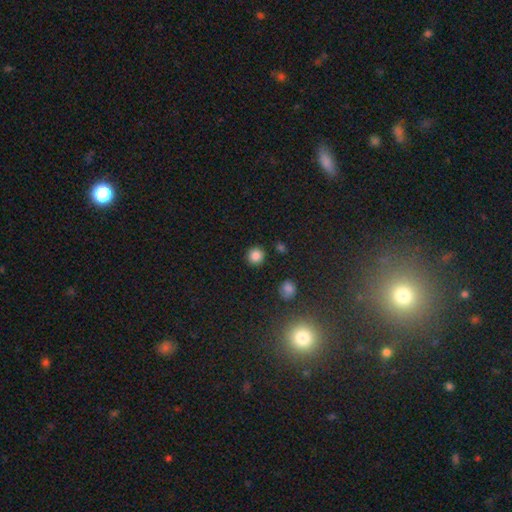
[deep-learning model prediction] smooth-or-featured: smooth: 85% | star or artifact: 11% | featured or disk: 4%
  how-rounded: round: 93% | in between: 6% | cigar-shaped: 1%
  merging: none: 89% | minor disturbance: 6% | merger: 2% | major disturbance: 2%